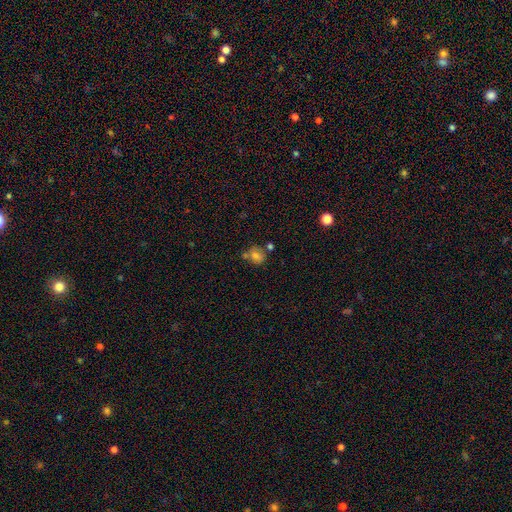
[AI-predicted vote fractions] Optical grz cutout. It shows a smooth galaxy with no disk features (71%) that is round (68%). Merging: none (58%).